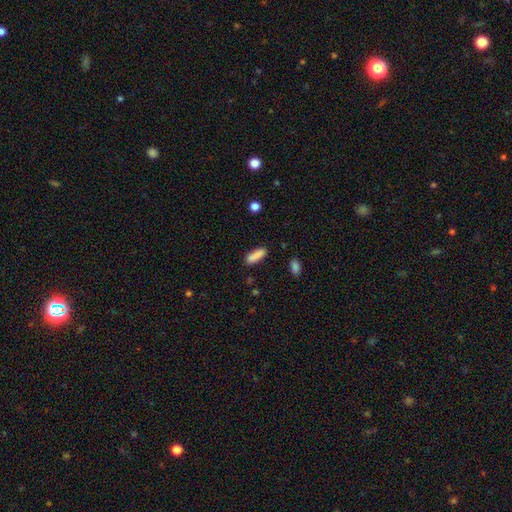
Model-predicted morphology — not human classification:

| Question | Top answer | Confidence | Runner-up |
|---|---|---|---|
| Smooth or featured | smooth | 87% | star or artifact (7%) |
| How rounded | cigar-shaped | 53% | in between (45%) |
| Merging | none | 81% | minor disturbance (12%) |